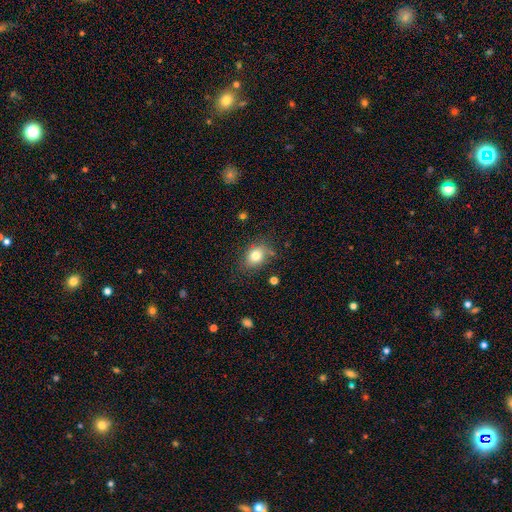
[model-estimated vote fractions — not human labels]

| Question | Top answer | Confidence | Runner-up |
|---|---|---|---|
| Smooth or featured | smooth | 79% | featured or disk (11%) |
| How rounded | in between | 63% | round (36%) |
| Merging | none | 75% | minor disturbance (17%) |